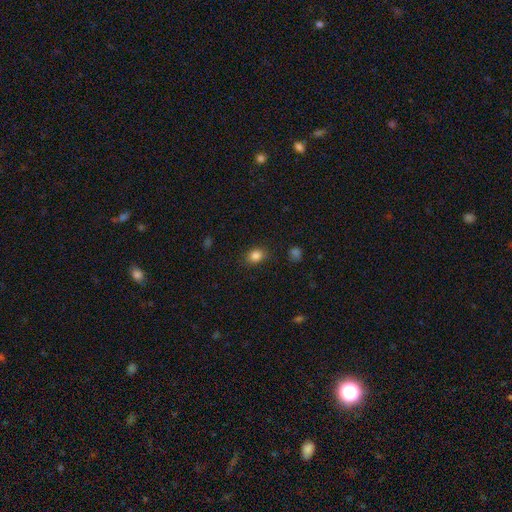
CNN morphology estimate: Overall: smooth (84%). How rounded: in between (56%; round 43%). Merging: none (84%).